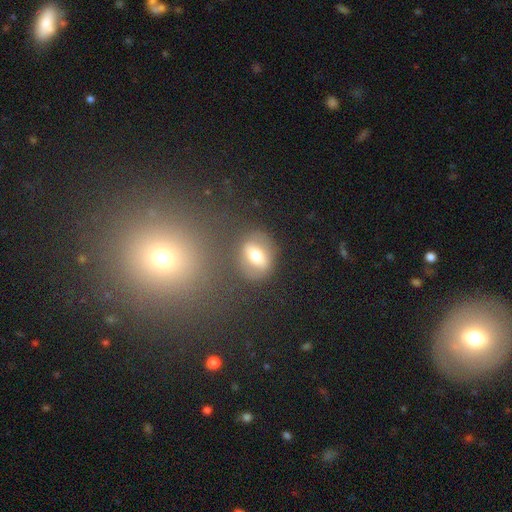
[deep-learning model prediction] smooth 51%, featured or disk 39%, star or artifact 10%. Down the decision tree: how rounded — in between (61%); merging — none (76%).